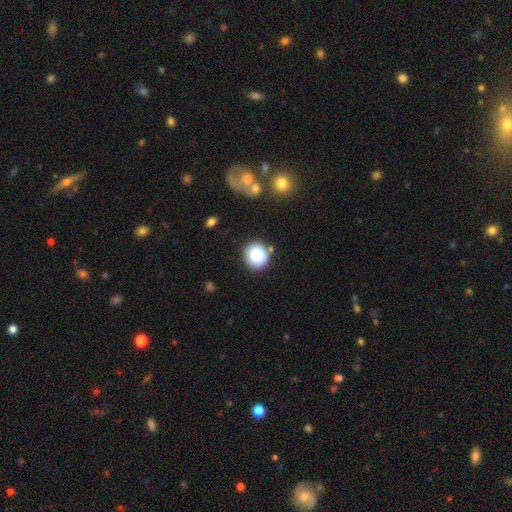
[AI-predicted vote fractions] This is clearly a smooth galaxy (83%). How rounded: clearly round (89%). Merging: clearly none (83%).